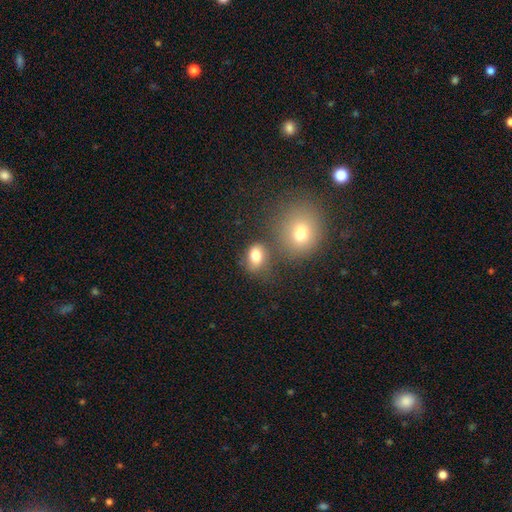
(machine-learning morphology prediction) Overall: smooth (80%). How rounded: in between (68%; round 31%). Merging: none (57%; merger 20%).